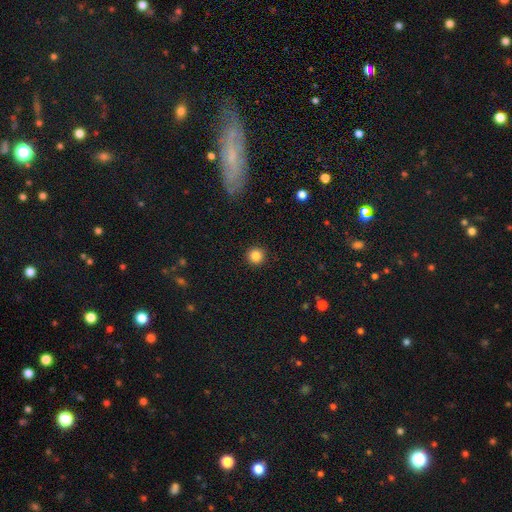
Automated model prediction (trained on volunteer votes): Smooth or featured: smooth — 85% (star or artifact — 11%)
How rounded: round — 95% (in between — 4%)
Merging: none — 92% (minor disturbance — 5%)